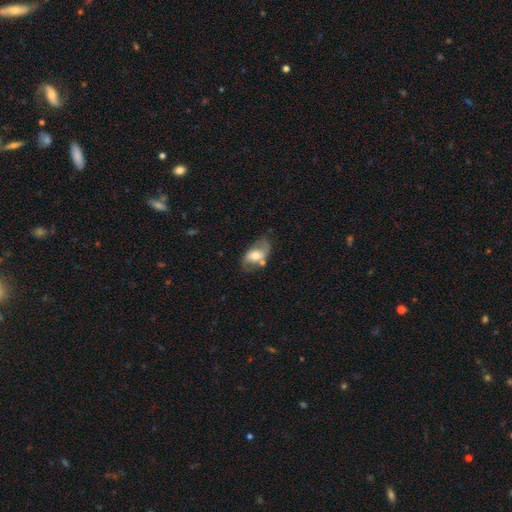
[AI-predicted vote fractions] A featured or disk galaxy (54%) with no bar (47%), spiral arms (72%) and a moderate central bulge (66%). Merging: none (53%).